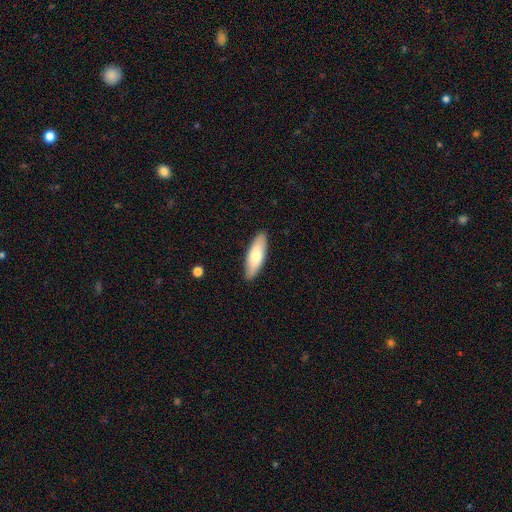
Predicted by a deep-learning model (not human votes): Smooth or featured? Predicted: smooth (p=0.74). How rounded? Predicted: in between (p=0.55). Merging? Predicted: none (p=0.89).